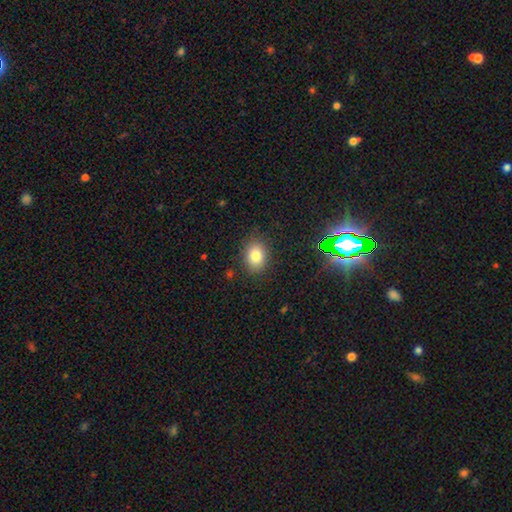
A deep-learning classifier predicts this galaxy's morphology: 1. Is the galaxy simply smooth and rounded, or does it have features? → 80% smooth, 12% star or artifact, 8% featured or disk.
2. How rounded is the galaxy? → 62% in between, 37% round, 1% cigar-shaped.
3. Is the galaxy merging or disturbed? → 86% none, 10% minor disturbance, 3% major disturbance, 1% merger.